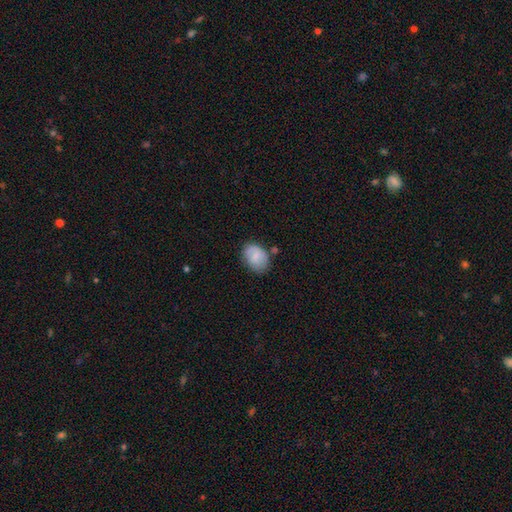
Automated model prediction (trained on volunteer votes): This is likely a smooth galaxy (77%). How rounded: likely in between (71%). Merging: likely none (68%).